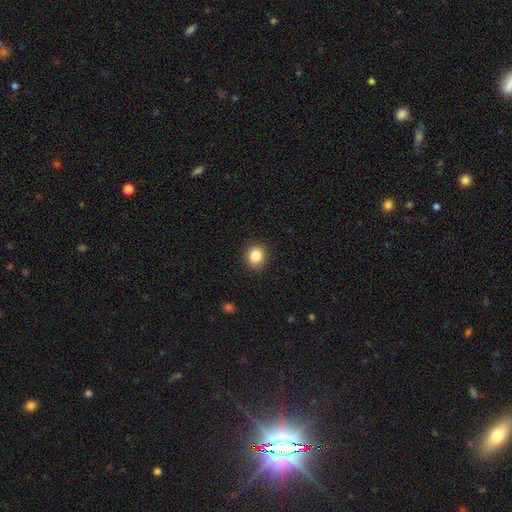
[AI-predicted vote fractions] Q: Smooth or featured?
A: smooth (85%); runner-up: star or artifact (10%)
Q: How rounded?
A: round (83%); runner-up: in between (17%)
Q: Merging?
A: none (89%); runner-up: minor disturbance (8%)